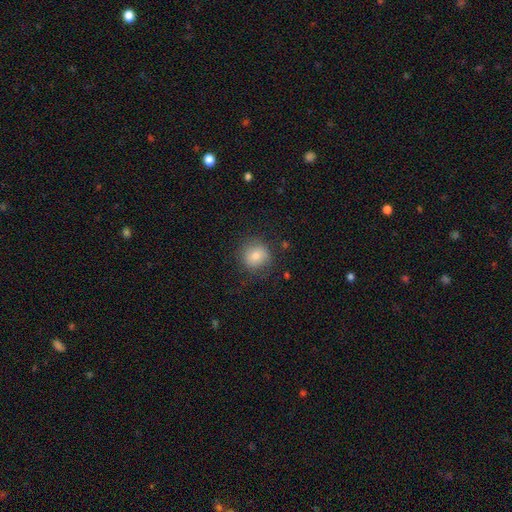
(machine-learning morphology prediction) smooth_or_featured: smooth (p=0.72) [alt: featured or disk p=0.17]
how_rounded: round (p=0.87) [alt: in between p=0.12]
merging: none (p=0.81) [alt: minor disturbance p=0.13]